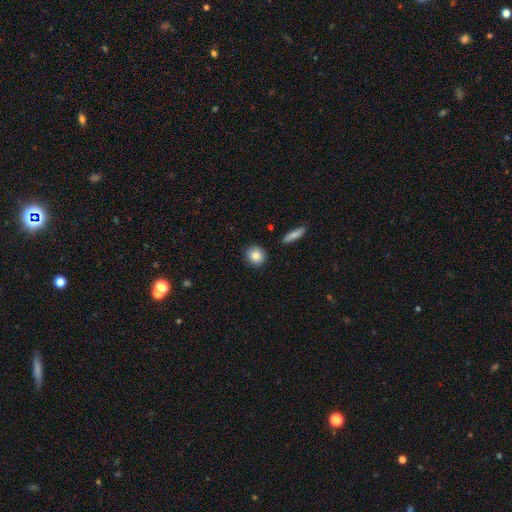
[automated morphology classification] type=smooth (82%); roundness=round (87%); merging=none (88%).